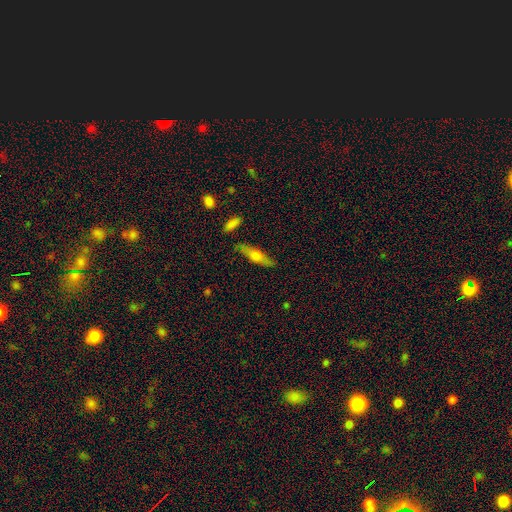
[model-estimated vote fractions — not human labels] Smooth or featured? Predicted: smooth (p=0.54). How rounded? Predicted: cigar-shaped (p=0.66). Merging? Predicted: none (p=0.82).